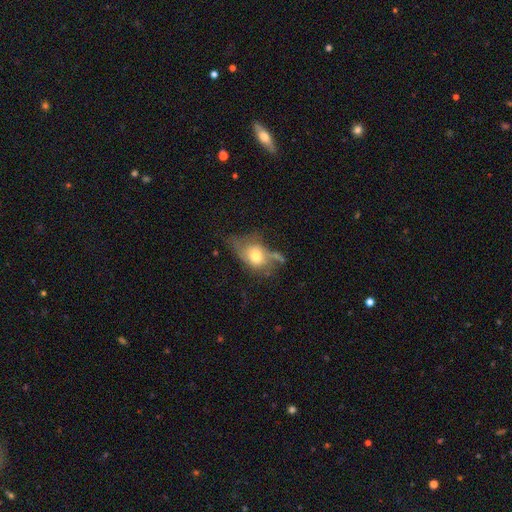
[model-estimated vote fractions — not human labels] Q: Smooth or featured?
A: smooth (58%); runner-up: featured or disk (33%)
Q: How rounded?
A: in between (69%); runner-up: round (29%)
Q: Merging?
A: none (35%); runner-up: minor disturbance (30%)